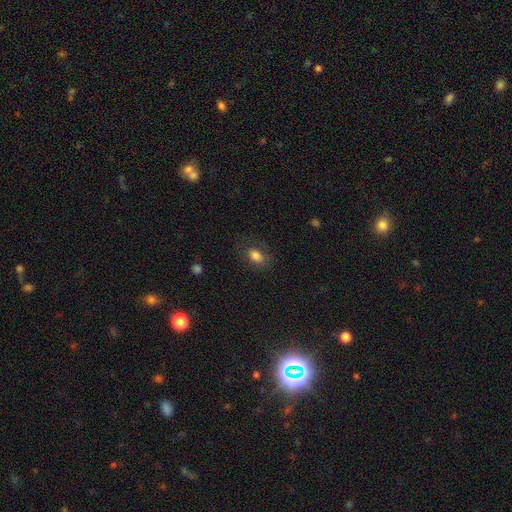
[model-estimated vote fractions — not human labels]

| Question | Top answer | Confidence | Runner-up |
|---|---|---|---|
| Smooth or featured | smooth | 81% | star or artifact (10%) |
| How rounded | in between | 84% | round (14%) |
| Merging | none | 74% | minor disturbance (17%) |